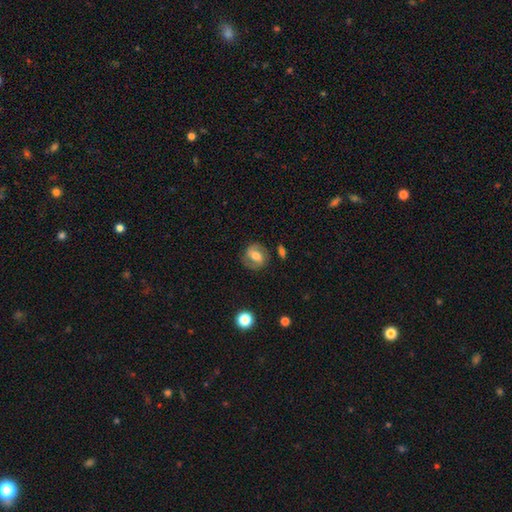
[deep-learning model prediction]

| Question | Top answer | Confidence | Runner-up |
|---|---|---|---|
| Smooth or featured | featured or disk | 49% | smooth (44%) |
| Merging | none | 76% | minor disturbance (15%) |